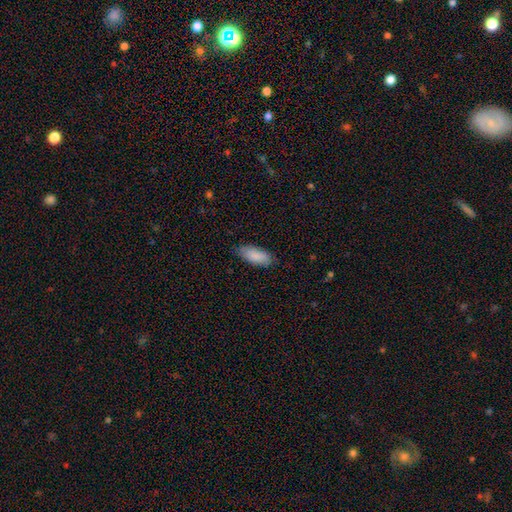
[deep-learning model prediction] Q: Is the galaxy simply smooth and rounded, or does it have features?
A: smooth — 88%.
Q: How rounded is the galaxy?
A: in between — 85%.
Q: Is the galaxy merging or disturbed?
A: none — 80%.